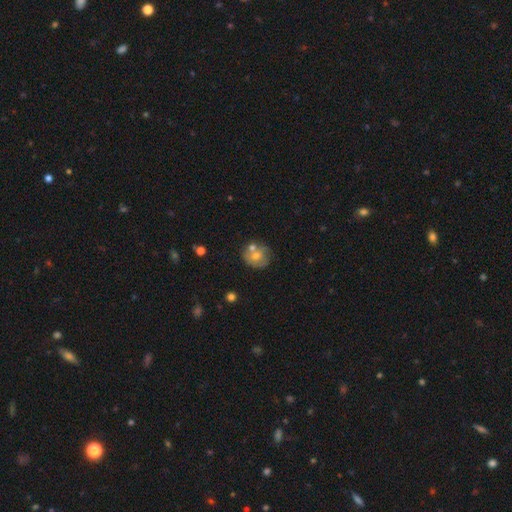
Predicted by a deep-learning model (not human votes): Smooth or featured? smooth (54%)
How rounded? round (74%)
Merging? none (50%)